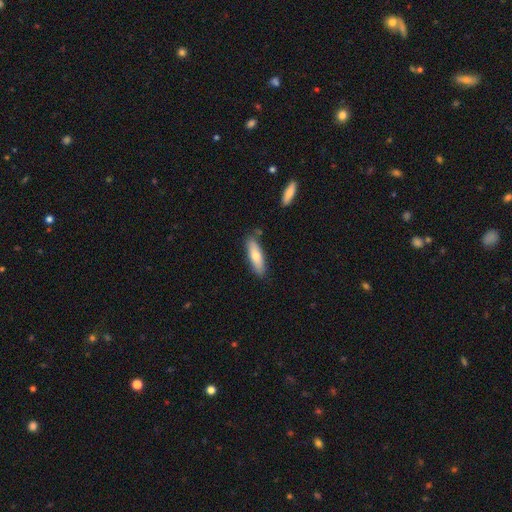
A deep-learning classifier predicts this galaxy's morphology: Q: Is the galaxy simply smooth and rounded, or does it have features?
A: smooth — 70%.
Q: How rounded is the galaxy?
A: cigar-shaped — 53%.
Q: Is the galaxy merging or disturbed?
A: none — 81%.